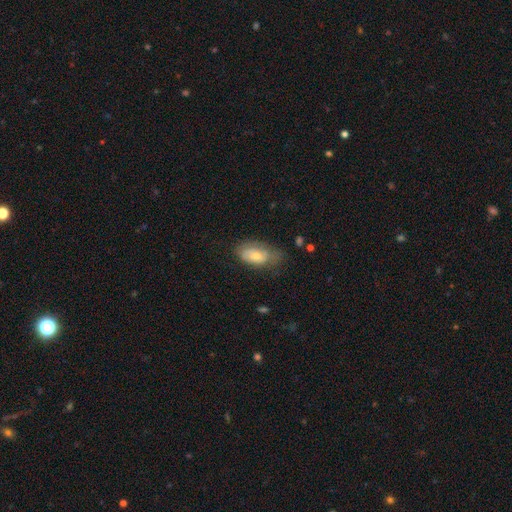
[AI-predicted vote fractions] Morphology: type=smooth (65%); roundness=in between (91%); merging=none (45%).